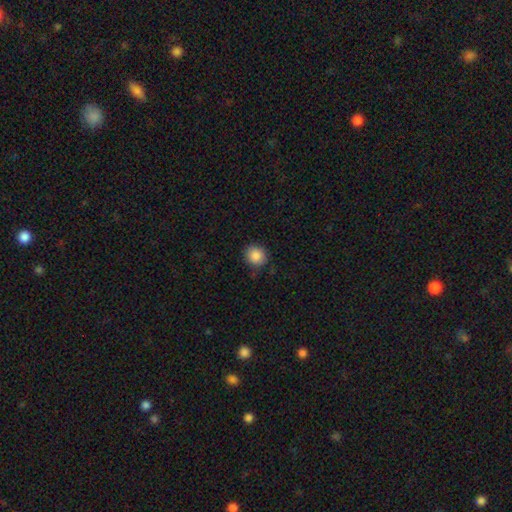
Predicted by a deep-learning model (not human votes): Smooth or featured: smooth — 87% (star or artifact — 9%)
How rounded: round — 84% (in between — 15%)
Merging: none — 84% (minor disturbance — 12%)